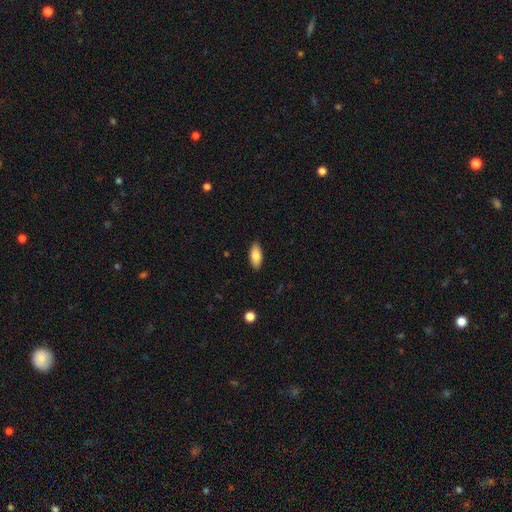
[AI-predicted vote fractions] Smooth or featured: smooth — 83% (featured or disk — 11%)
How rounded: in between — 88% (cigar-shaped — 10%)
Merging: none — 88% (minor disturbance — 9%)